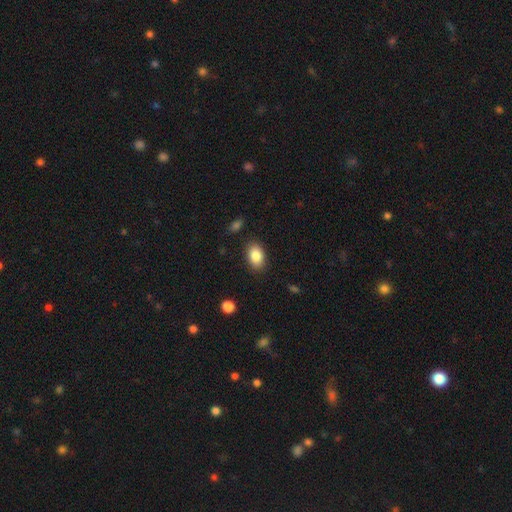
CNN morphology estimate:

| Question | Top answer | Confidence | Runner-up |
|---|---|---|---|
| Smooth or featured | smooth | 87% | star or artifact (7%) |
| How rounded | in between | 87% | round (12%) |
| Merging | none | 86% | minor disturbance (10%) |